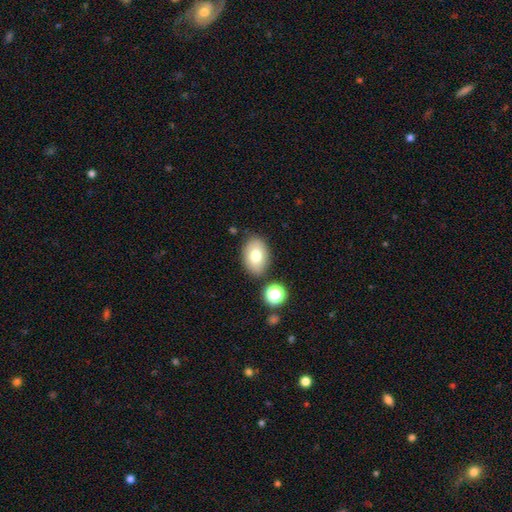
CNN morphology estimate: Smooth or featured: smooth — 76% (featured or disk — 15%)
How rounded: in between — 84% (round — 15%)
Merging: none — 81% (minor disturbance — 12%)